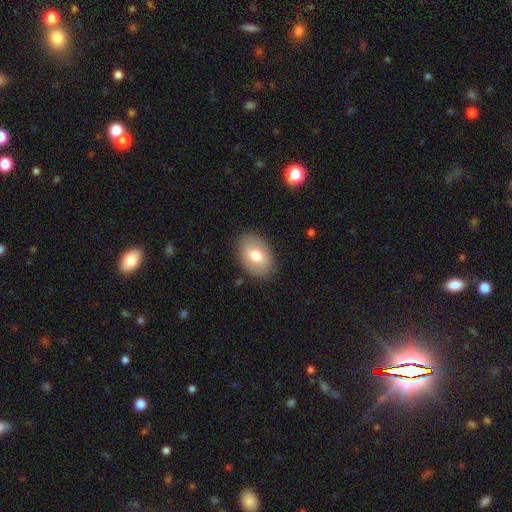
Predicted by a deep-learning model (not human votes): This appears to be a smooth galaxy with no disk features (73%) that is in between round and cigar-shaped (84%). Merging: none (86%).